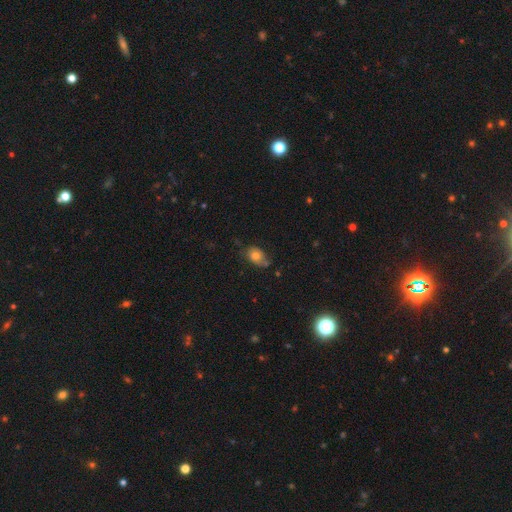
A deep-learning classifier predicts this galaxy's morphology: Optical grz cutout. It shows a smooth galaxy with no disk features (74%) that is in between round and cigar-shaped (69%). Merging: none (57%).